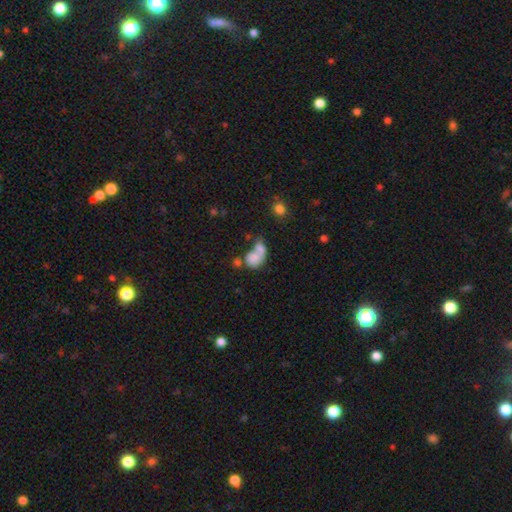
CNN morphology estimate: This appears to be a smooth galaxy with no disk features (75%) that is in between round and cigar-shaped (59%). Merging: merger (64%).